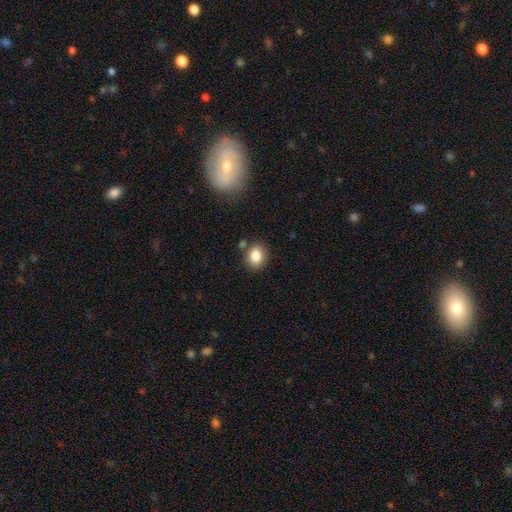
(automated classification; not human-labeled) Smooth or featured: smooth — 84% (star or artifact — 9%)
How rounded: in between — 58% (round — 41%)
Merging: none — 79% (minor disturbance — 12%)